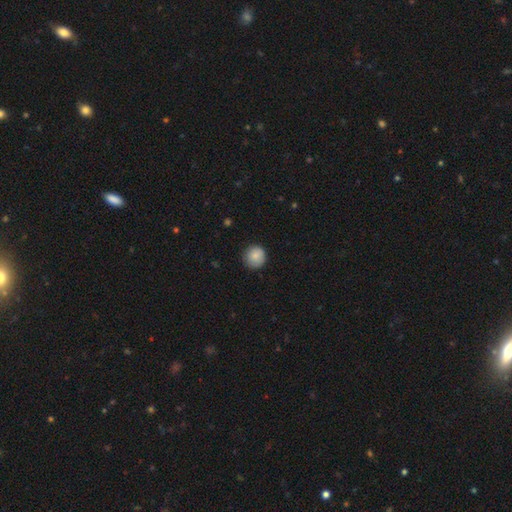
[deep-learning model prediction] smooth-or-featured: smooth: 86% | star or artifact: 8% | featured or disk: 7%
  how-rounded: round: 93% | in between: 6% | cigar-shaped: 1%
  merging: none: 86% | minor disturbance: 11% | major disturbance: 2% | merger: 1%